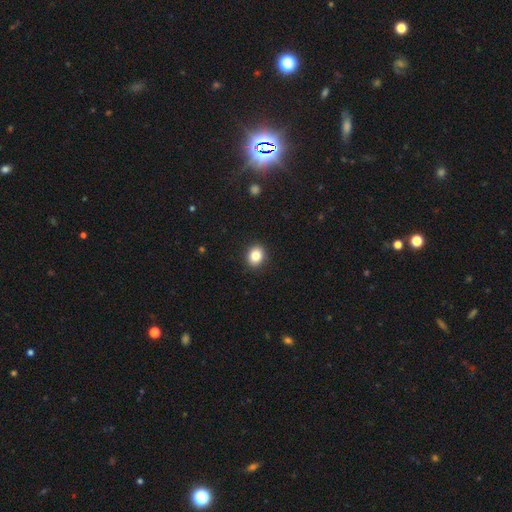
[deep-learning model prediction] The model was most divided on "how rounded": round: 58%, in between: 41%, cigar-shaped: 1%. More confident: merging — none (91%); smooth or featured — smooth (85%).